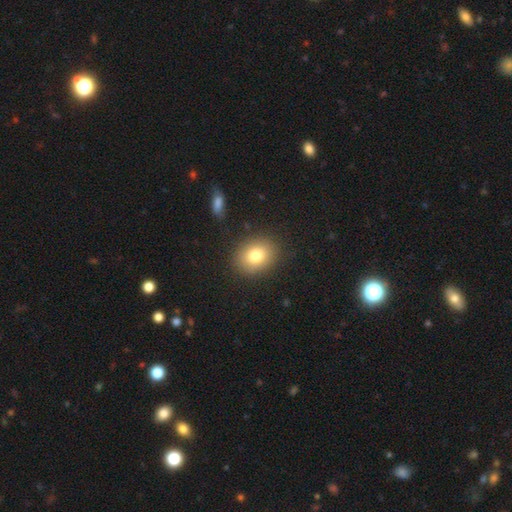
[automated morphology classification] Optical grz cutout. It shows a smooth galaxy with no disk features (79%) that is round (53%). Merging: none (86%).